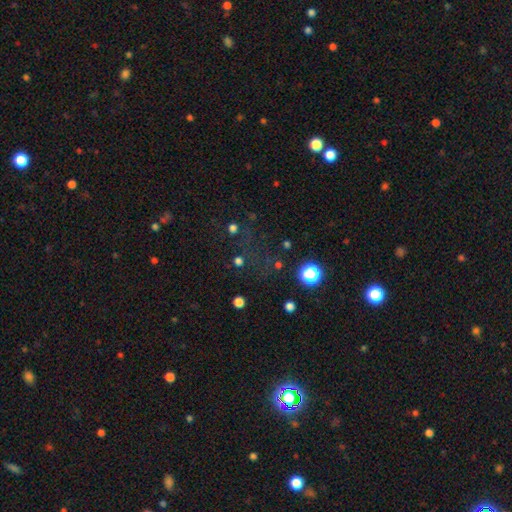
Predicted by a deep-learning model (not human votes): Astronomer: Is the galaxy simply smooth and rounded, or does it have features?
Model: star or artifact — 69%.